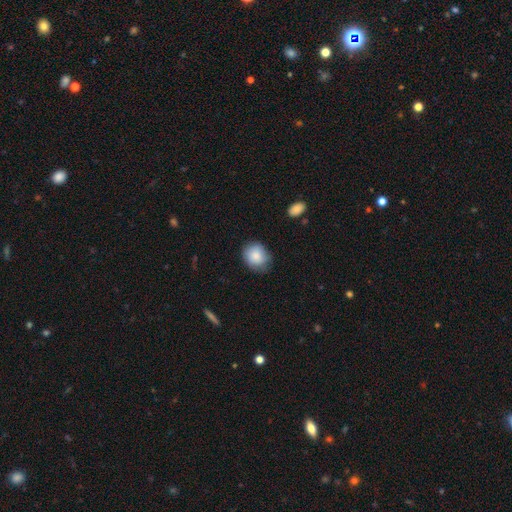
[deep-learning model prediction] smooth_or_featured: smooth (p=0.86) [alt: featured or disk p=0.07]
how_rounded: round (p=0.67) [alt: in between p=0.32]
merging: none (p=0.73) [alt: minor disturbance p=0.21]